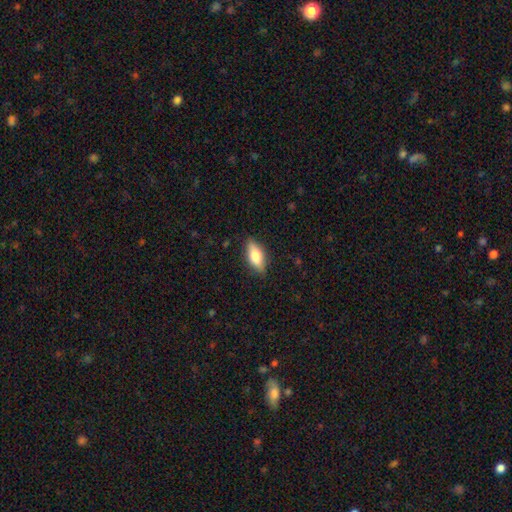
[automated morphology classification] Overall: smooth (69%). How rounded: in between (80%). Merging: none (84%).